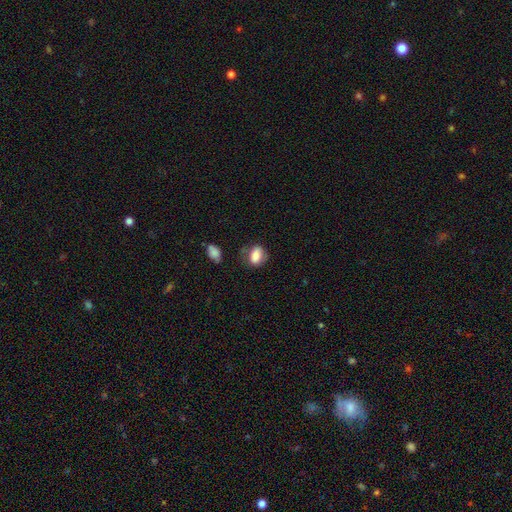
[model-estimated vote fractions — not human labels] A smooth galaxy with no disk features (80%) that is in between round and cigar-shaped (74%). Merging: none (61%).